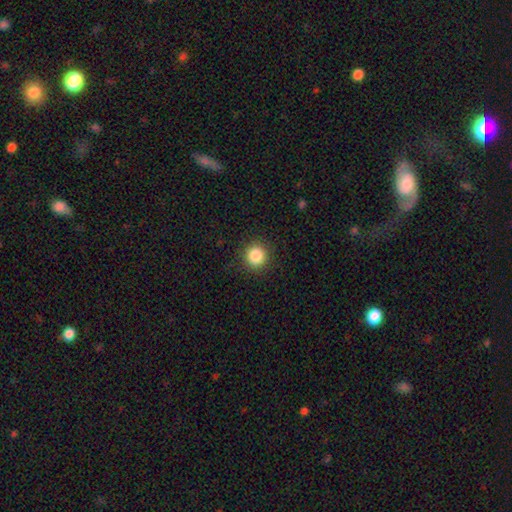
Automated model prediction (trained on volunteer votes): smooth 86%, star or artifact 10%, featured or disk 4%. Down the decision tree: how rounded — round (93%); merging — none (91%).